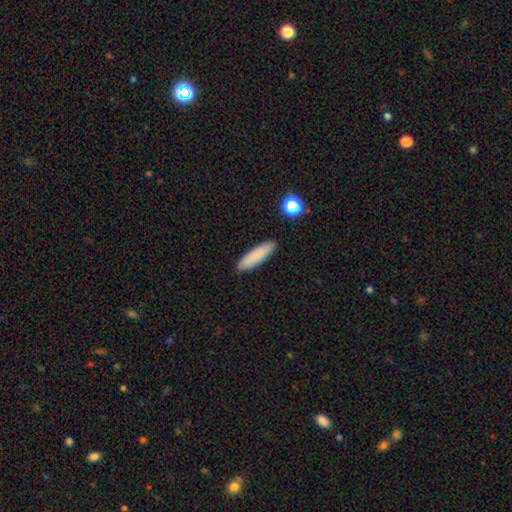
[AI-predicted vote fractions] Overall: smooth (83%). How rounded: cigar-shaped (65%; in between 34%). Merging: none (88%).